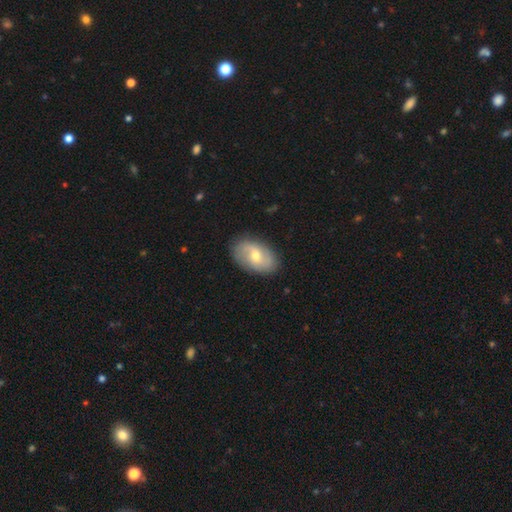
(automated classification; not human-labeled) Morphology: type=featured or disk (56%); edge-on=no (95%); bar=no (48%); spiral arms=yes (77%); bulge=moderate (55%); merging=none (84%).